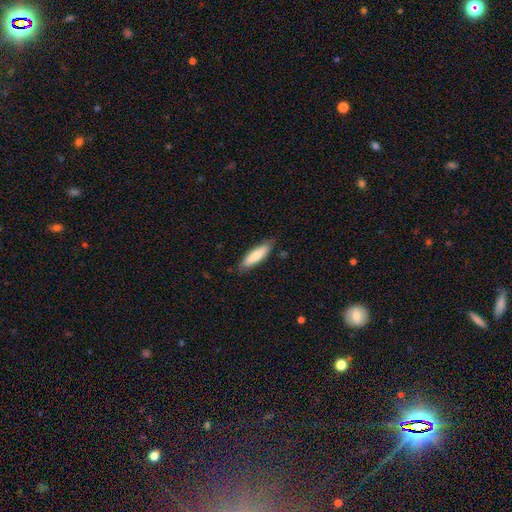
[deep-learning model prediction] smooth-or-featured: smooth: 78% | featured or disk: 16% | star or artifact: 5%
  how-rounded: cigar-shaped: 61% | in between: 37% | round: 1%
  merging: none: 82% | minor disturbance: 15% | major disturbance: 2% | merger: 1%